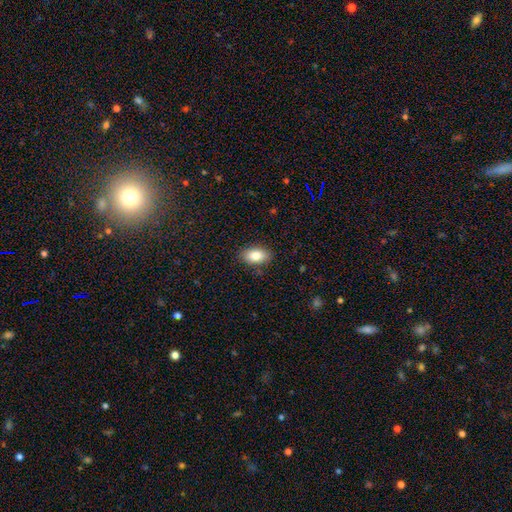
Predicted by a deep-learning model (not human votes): Smooth or featured: smooth — 83% (featured or disk — 9%)
How rounded: in between — 91% (round — 7%)
Merging: none — 87% (minor disturbance — 10%)